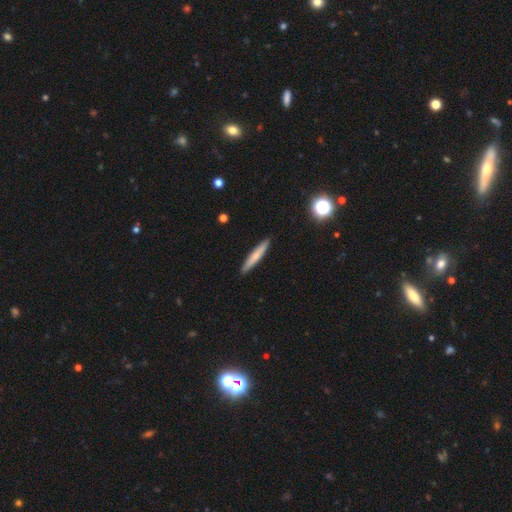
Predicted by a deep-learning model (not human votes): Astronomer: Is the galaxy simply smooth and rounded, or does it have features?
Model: smooth — 69%.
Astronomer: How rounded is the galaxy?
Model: cigar-shaped — 94%.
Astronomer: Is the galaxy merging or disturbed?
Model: none — 91%.